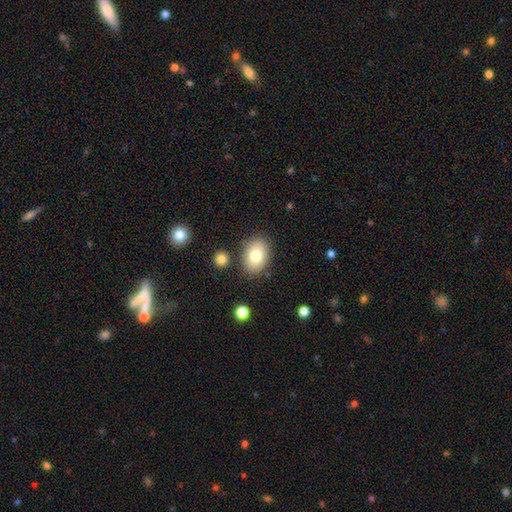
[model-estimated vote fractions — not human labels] The model was most divided on "how rounded": in between: 76%, round: 23%, cigar-shaped: 1%. More confident: merging — none (82%); smooth or featured — smooth (78%).